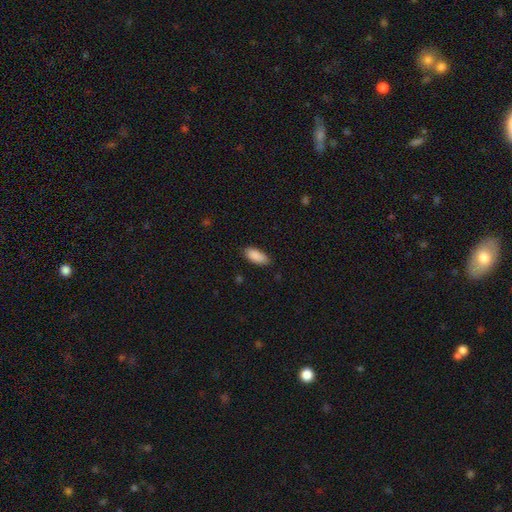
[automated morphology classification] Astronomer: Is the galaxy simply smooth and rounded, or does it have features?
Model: smooth — 90%.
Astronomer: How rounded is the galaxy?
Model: in between — 86%.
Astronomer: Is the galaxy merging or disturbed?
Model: none — 82%.